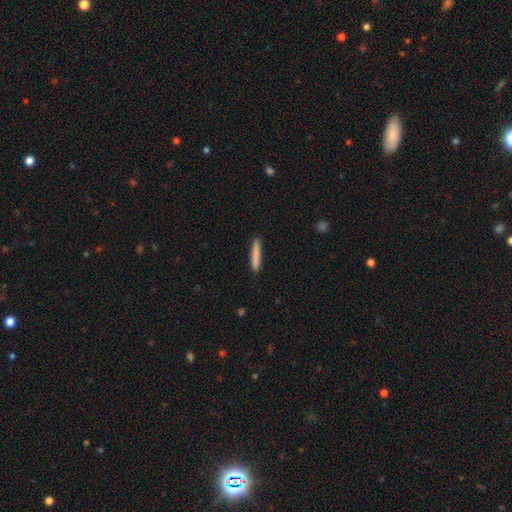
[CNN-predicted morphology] This appears to be a smooth galaxy with no disk features (83%) that is cigar-shaped (94%). Merging: none (89%).